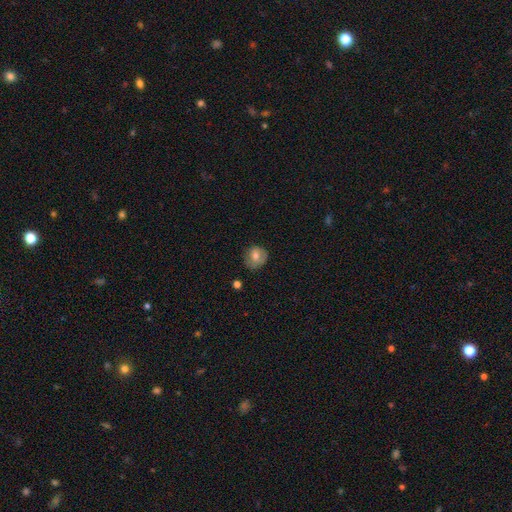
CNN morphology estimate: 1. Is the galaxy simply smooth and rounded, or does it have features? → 68% smooth, 23% featured or disk, 9% star or artifact.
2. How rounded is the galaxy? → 83% round, 16% in between, 1% cigar-shaped.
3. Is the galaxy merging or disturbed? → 72% none, 21% minor disturbance, 5% major disturbance, 2% merger.